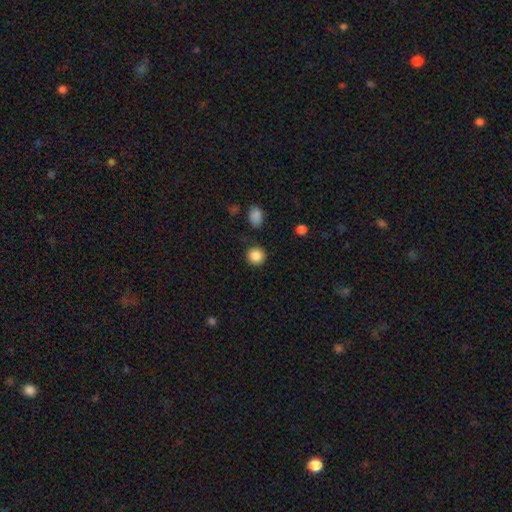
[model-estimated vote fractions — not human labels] Smooth or featured? Predicted: smooth (p=0.87). How rounded? Predicted: round (p=0.92). Merging? Predicted: none (p=0.87).